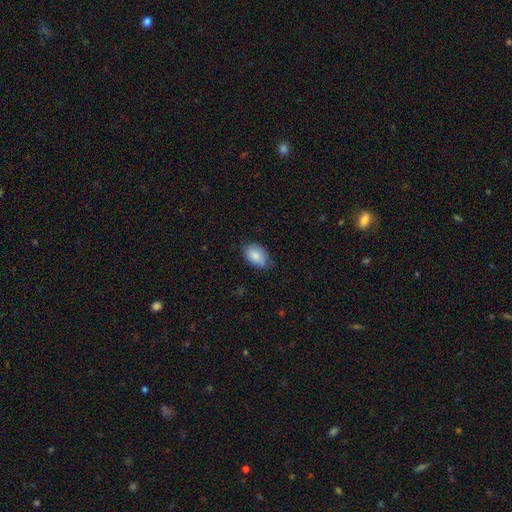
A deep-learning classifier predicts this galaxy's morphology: smooth-or-featured: smooth: 85% | featured or disk: 9% | star or artifact: 6%
  how-rounded: in between: 91% | round: 7% | cigar-shaped: 1%
  merging: none: 69% | minor disturbance: 25% | major disturbance: 4% | merger: 1%